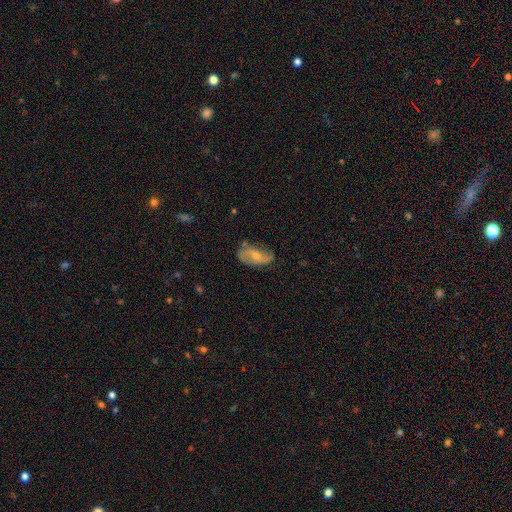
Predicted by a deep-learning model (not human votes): smooth_or_featured: featured or disk (p=0.65) [alt: smooth p=0.27]
disk_edge_on: no (p=0.95) [alt: yes p=0.05]
bar: no (p=0.46) [alt: weak p=0.40]
has_spiral_arms: yes (p=0.88) [alt: no p=0.12]
spiral_winding: loose (p=0.61) [alt: medium p=0.28]
spiral_arm_count: 2 (p=0.86) [alt: can't tell p=0.07]
bulge_size: small (p=0.49) [alt: moderate p=0.38]
merging: none (p=0.64) [alt: minor disturbance p=0.24]